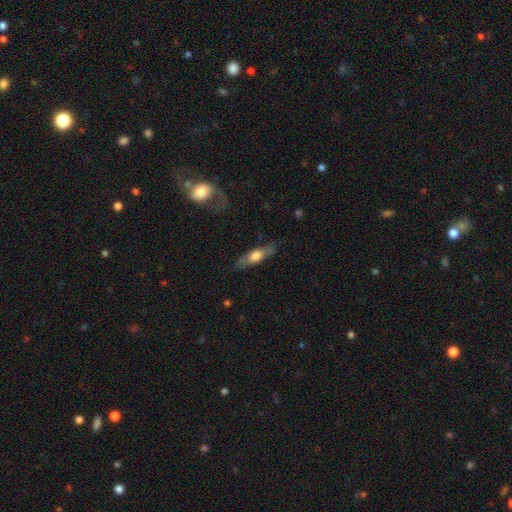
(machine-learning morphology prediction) smooth 49%, featured or disk 46%, star or artifact 6%. Down the decision tree: merging — none (81%).